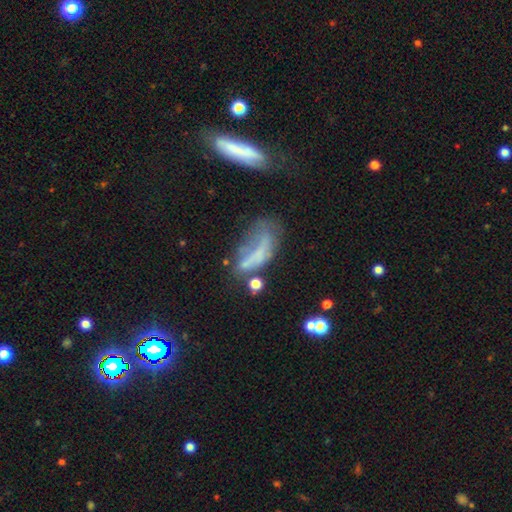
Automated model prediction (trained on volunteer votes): smooth_or_featured: smooth (p=0.46) [alt: featured or disk p=0.39]
merging: major disturbance (p=0.38) [alt: none p=0.24]